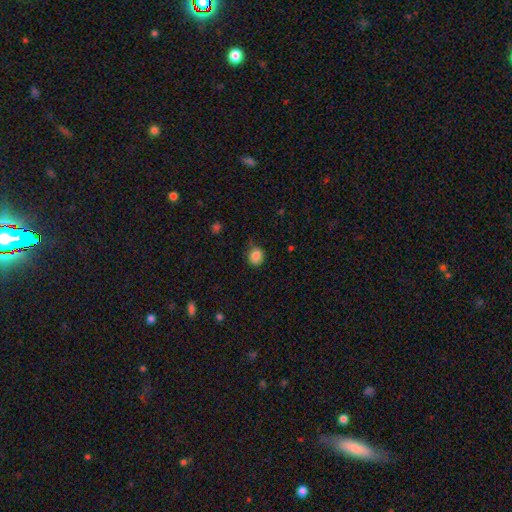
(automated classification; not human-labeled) Smooth or featured?
  - smooth: 85% *
  - star or artifact: 10%
  - featured or disk: 5%
How rounded?
  - round: 68% *
  - in between: 31%
  - cigar-shaped: 1%
Merging?
  - none: 72% *
  - minor disturbance: 22%
  - major disturbance: 4%
  - merger: 2%